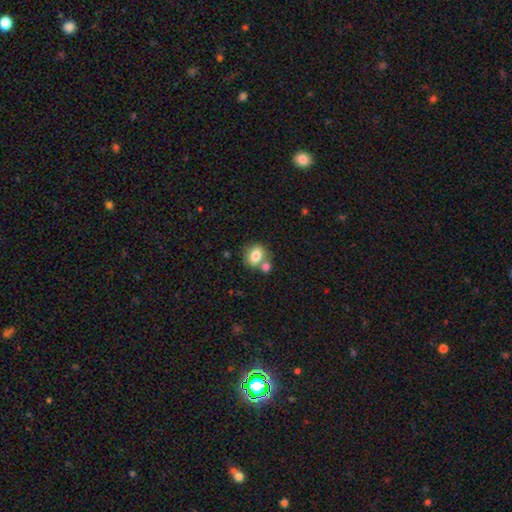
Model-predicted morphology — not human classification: Smooth or featured?
  - smooth: 79% *
  - featured or disk: 12%
  - star or artifact: 9%
How rounded?
  - round: 54% *
  - in between: 44%
  - cigar-shaped: 1%
Merging?
  - none: 56% *
  - merger: 28%
  - minor disturbance: 12%
  - major disturbance: 4%